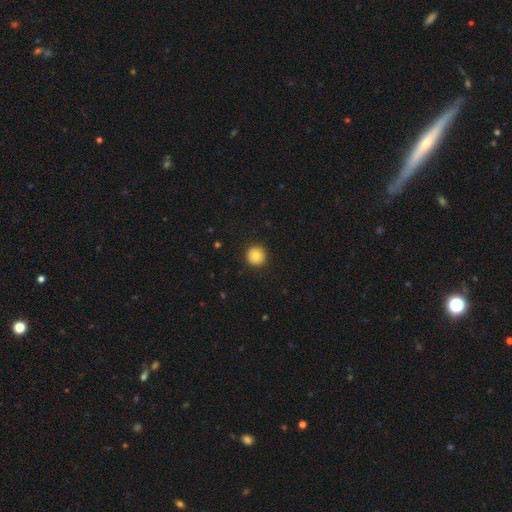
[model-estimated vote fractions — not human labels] smooth_or_featured: smooth (p=0.84) [alt: star or artifact p=0.09]
how_rounded: round (p=0.96) [alt: in between p=0.03]
merging: none (p=0.92) [alt: minor disturbance p=0.05]